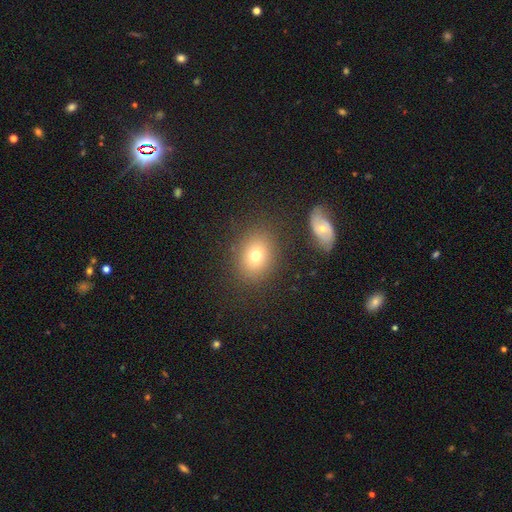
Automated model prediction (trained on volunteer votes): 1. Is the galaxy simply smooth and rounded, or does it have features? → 73% smooth, 14% star or artifact, 13% featured or disk.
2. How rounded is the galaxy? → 50% in between, 49% round, 1% cigar-shaped.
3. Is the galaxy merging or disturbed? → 83% none, 9% minor disturbance, 4% major disturbance, 3% merger.